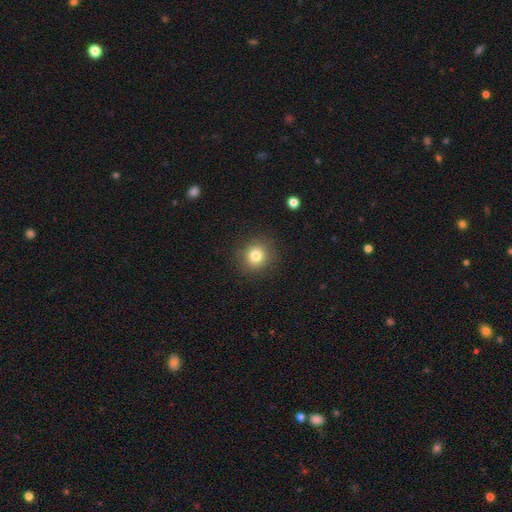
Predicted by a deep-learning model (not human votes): Overall: smooth (80%). How rounded: round (85%). Merging: none (89%).